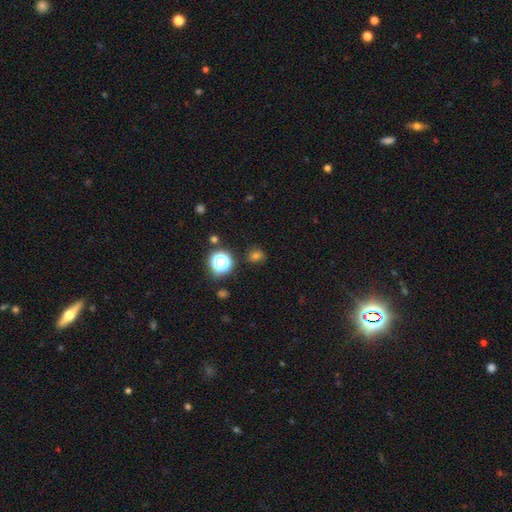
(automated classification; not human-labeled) This is likely a smooth galaxy (66%). How rounded: likely round (78%). Merging: clearly none (81%).